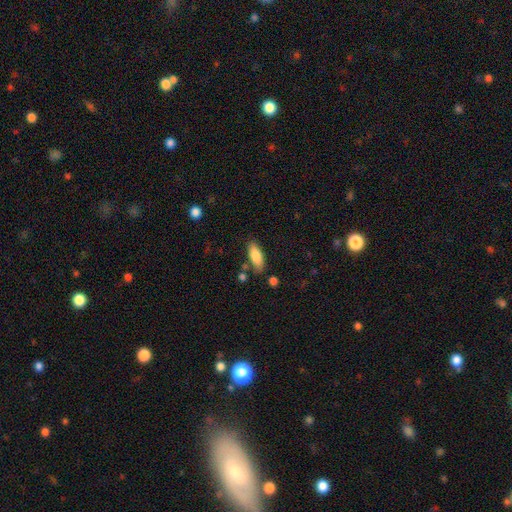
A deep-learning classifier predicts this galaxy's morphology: Overall: smooth (83%). How rounded: in between (71%). Merging: none (75%).